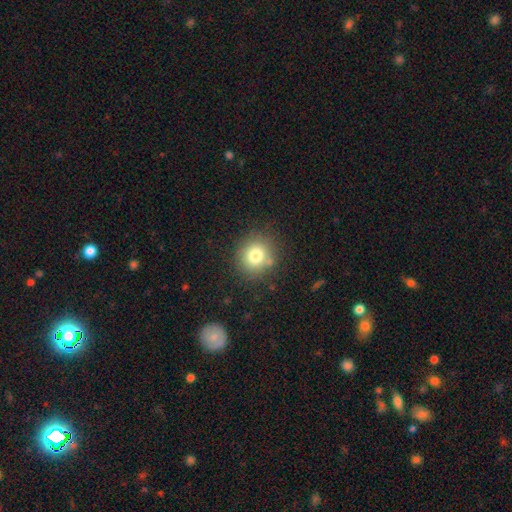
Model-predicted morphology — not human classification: Smooth or featured? smooth (78%)
How rounded? round (84%)
Merging? none (81%)